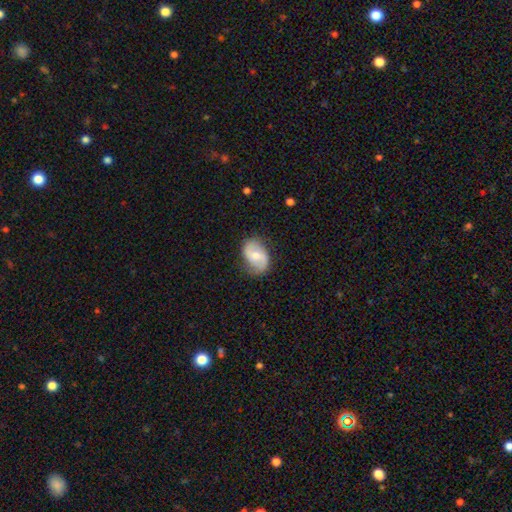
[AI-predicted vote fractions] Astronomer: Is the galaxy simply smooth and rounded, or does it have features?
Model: featured or disk — 56% (runner-up: smooth, 38%).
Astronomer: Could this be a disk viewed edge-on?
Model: no — 97%.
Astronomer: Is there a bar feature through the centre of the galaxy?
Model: weak — 45% (runner-up: no, 40%).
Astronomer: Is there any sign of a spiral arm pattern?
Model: yes — 82%.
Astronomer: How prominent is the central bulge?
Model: moderate — 59%.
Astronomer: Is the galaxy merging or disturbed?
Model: none — 76%.